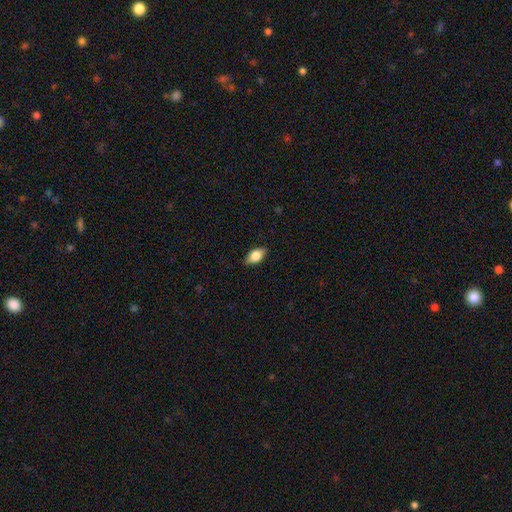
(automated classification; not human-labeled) This is likely a smooth galaxy (74%). How rounded: clearly in between (87%). Merging: clearly none (86%).